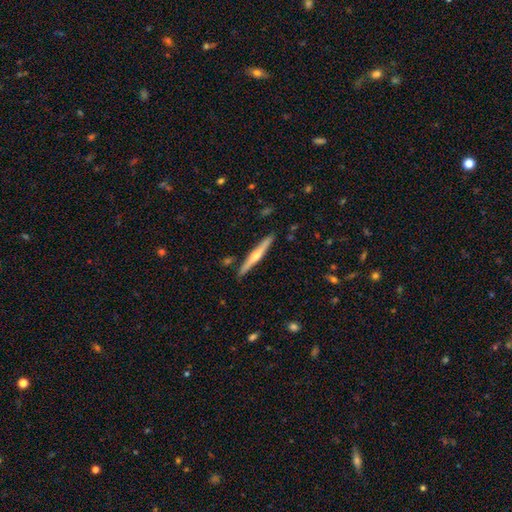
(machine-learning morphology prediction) Smooth or featured? featured or disk (68%)
Edge-on disk? yes (98%)
Edge-on bulge? rounded (85%)
Merging? none (89%)